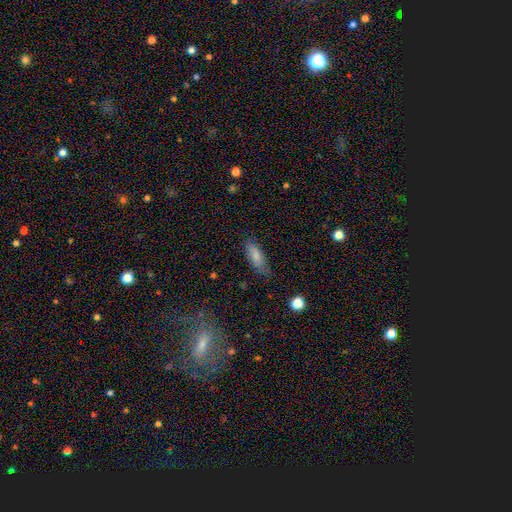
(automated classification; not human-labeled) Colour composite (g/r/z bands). It shows a smooth galaxy with no disk features (79%) that is in between round and cigar-shaped (62%). Merging: none (76%).